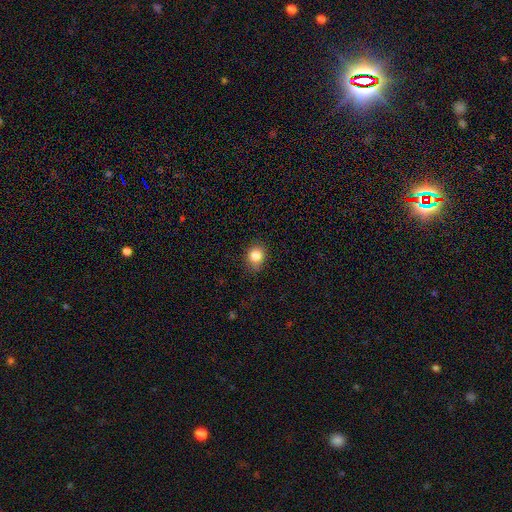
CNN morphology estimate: A smooth galaxy with no disk features (85%) that is round (69%). Merging: none (80%).